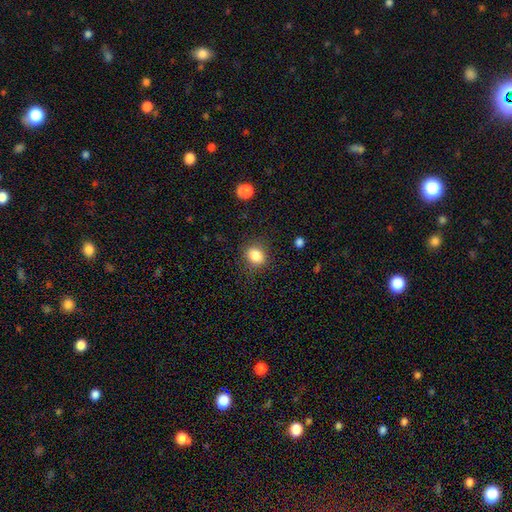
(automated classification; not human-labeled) Smooth or featured: smooth — 85% (star or artifact — 10%)
How rounded: round — 54% (in between — 45%)
Merging: none — 84% (minor disturbance — 11%)